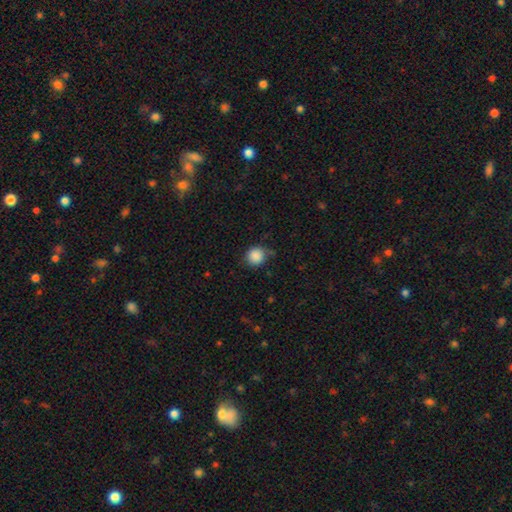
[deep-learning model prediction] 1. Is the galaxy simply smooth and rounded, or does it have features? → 87% smooth, 9% star or artifact, 3% featured or disk.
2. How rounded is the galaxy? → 91% round, 8% in between, 1% cigar-shaped.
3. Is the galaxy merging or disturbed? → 76% none, 18% minor disturbance, 4% major disturbance, 2% merger.